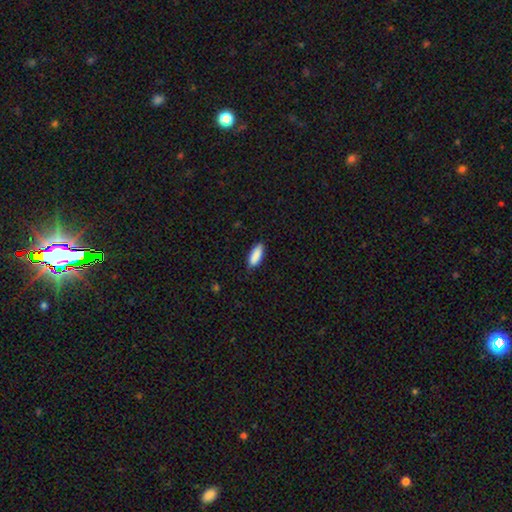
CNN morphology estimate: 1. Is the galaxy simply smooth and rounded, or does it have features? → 89% smooth, 6% star or artifact, 5% featured or disk.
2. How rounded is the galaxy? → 72% in between, 27% cigar-shaped, 2% round.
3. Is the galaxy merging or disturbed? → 84% none, 12% minor disturbance, 2% major disturbance, 1% merger.